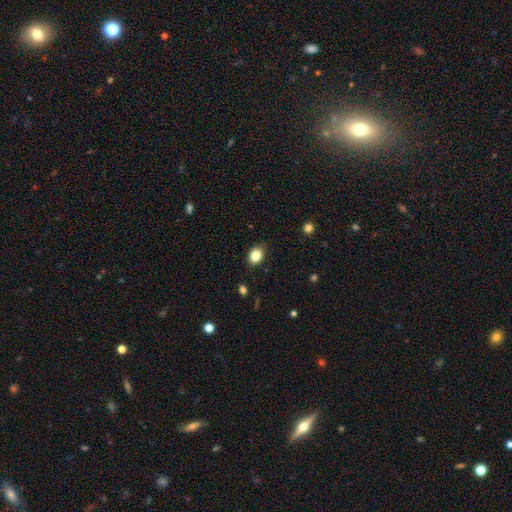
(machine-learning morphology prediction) Smooth or featured? Predicted: smooth (p=0.85). How rounded? Predicted: in between (p=0.62). Merging? Predicted: none (p=0.86).